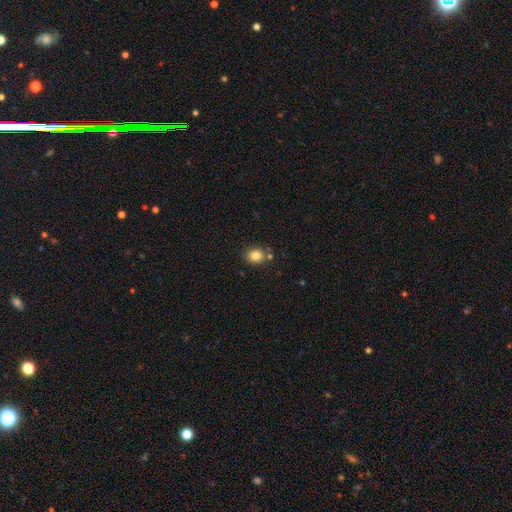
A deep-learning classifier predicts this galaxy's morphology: smooth-or-featured: smooth: 82% | star or artifact: 10% | featured or disk: 8%
  how-rounded: round: 59% | in between: 40% | cigar-shaped: 1%
  merging: none: 73% | minor disturbance: 14% | merger: 10% | major disturbance: 3%